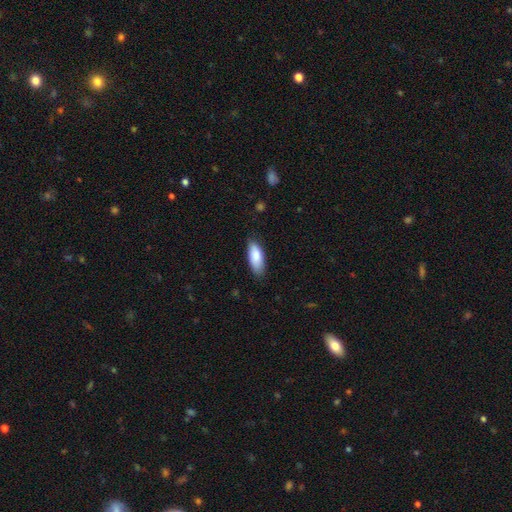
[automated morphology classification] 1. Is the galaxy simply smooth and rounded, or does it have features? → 85% smooth, 9% featured or disk, 6% star or artifact.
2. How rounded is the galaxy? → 77% in between, 21% cigar-shaped, 2% round.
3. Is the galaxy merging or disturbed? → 81% none, 16% minor disturbance, 2% major disturbance, 1% merger.